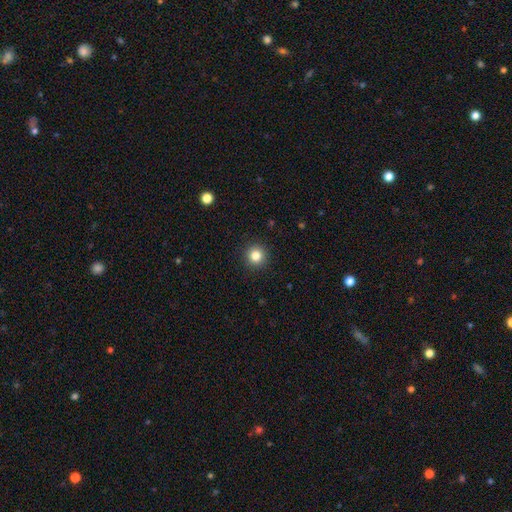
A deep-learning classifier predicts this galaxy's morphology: A smooth galaxy with no disk features (82%) that is round (95%).

Vote fractions:
- Smooth or featured? smooth: 82% / star or artifact: 12% / featured or disk: 5%
- How rounded? round: 95% / in between: 4% / cigar-shaped: 1%
- Merging? none: 93% / minor disturbance: 5% / major disturbance: 2% / merger: 1%